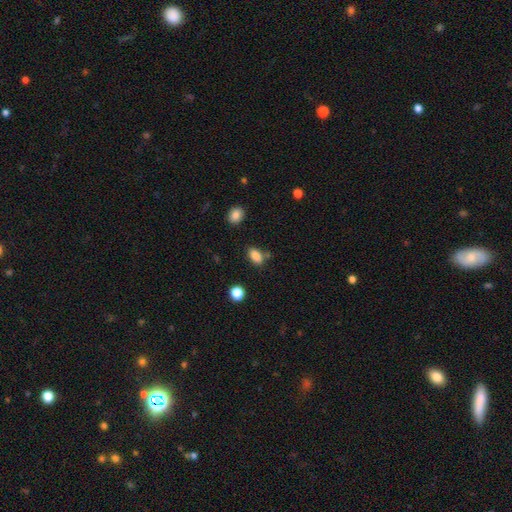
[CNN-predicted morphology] smooth 84%, star or artifact 10%, featured or disk 6%. Down the decision tree: how rounded — in between (87%); merging — none (71%).